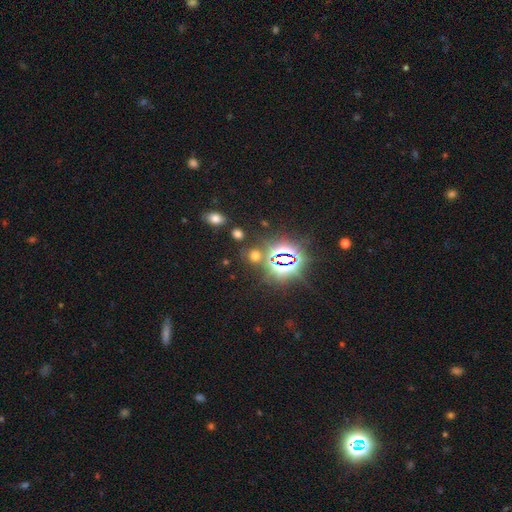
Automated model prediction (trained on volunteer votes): Smooth or featured?
  - star or artifact: 50% *
  - smooth: 43%
  - featured or disk: 7%